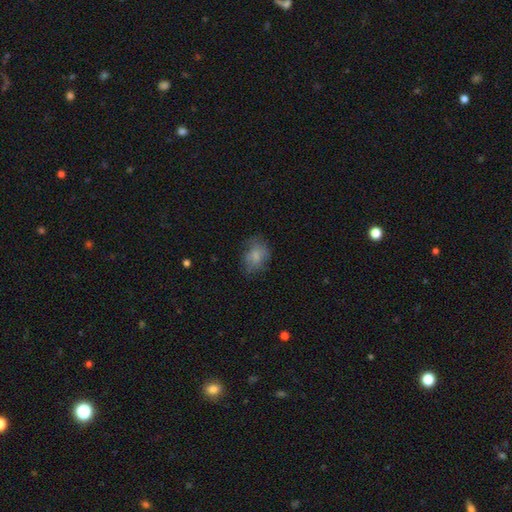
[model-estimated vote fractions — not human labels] Q: Smooth or featured?
A: smooth (73%); runner-up: featured or disk (17%)
Q: How rounded?
A: in between (60%); runner-up: round (39%)
Q: Merging?
A: none (62%); runner-up: minor disturbance (24%)